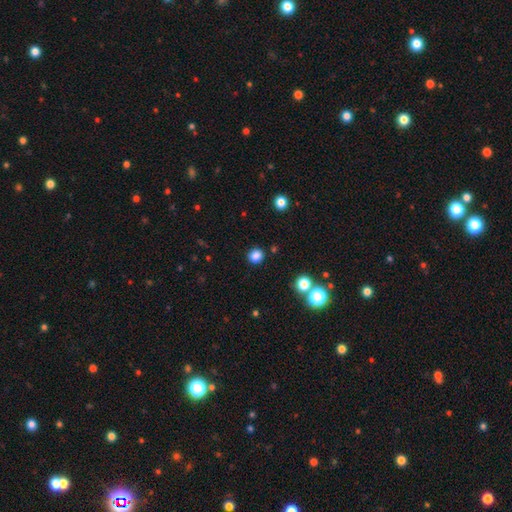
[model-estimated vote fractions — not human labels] Overall: smooth (84%). How rounded: round (89%). Merging: none (90%).